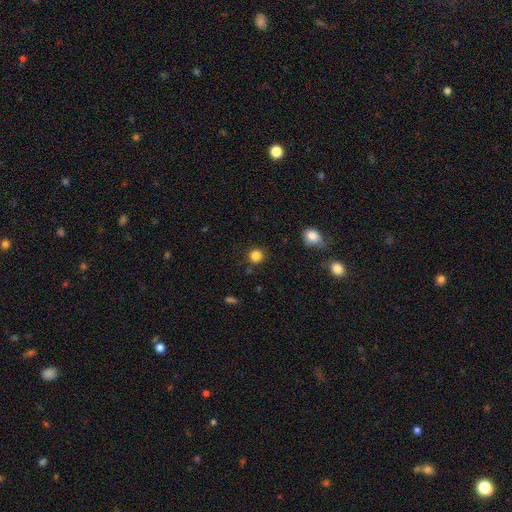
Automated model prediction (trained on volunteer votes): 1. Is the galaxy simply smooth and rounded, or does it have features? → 84% smooth, 12% star or artifact, 4% featured or disk.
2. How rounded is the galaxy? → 91% round, 8% in between, 1% cigar-shaped.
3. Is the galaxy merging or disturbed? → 87% none, 8% minor disturbance, 2% merger, 2% major disturbance.